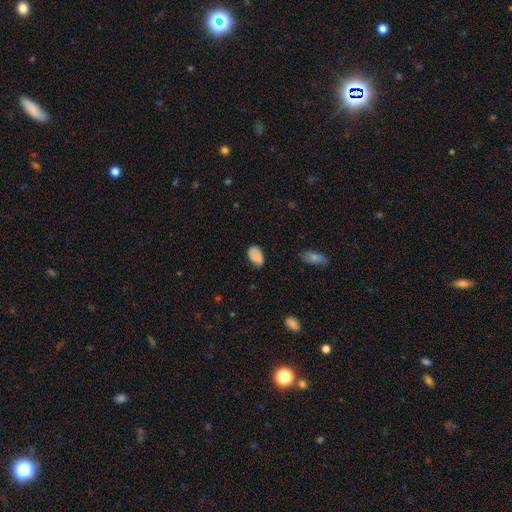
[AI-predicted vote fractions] A smooth galaxy with no disk features (79%) that is in between round and cigar-shaped (91%).

Vote fractions:
- Smooth or featured? smooth: 79% / featured or disk: 12% / star or artifact: 9%
- How rounded? in between: 91% / round: 7% / cigar-shaped: 1%
- Merging? none: 70% / minor disturbance: 23% / major disturbance: 5% / merger: 2%